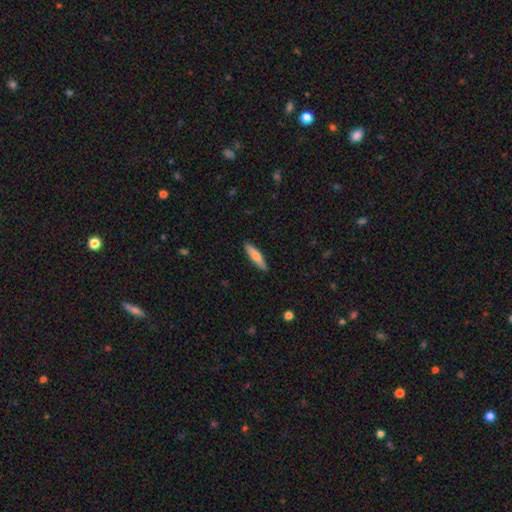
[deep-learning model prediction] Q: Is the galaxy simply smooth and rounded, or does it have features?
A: smooth — 67%.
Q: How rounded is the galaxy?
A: cigar-shaped — 82%.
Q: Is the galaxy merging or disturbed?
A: none — 89%.